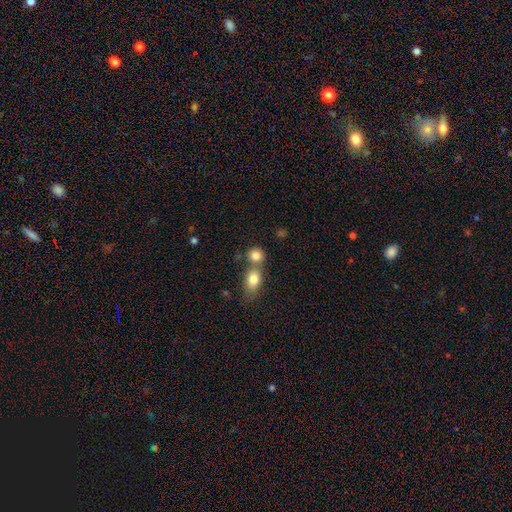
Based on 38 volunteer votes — Smooth or featured? 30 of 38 (79%) said smooth. How rounded? 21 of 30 (70%) said round. Merging? 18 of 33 (55%) said merger.